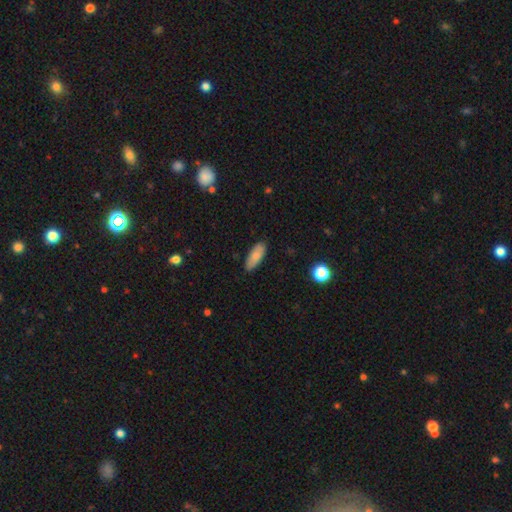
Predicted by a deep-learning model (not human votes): smooth-or-featured: smooth: 82% | featured or disk: 11% | star or artifact: 7%
  how-rounded: in between: 76% | cigar-shaped: 22% | round: 2%
  merging: none: 85% | minor disturbance: 12% | major disturbance: 2% | merger: 1%